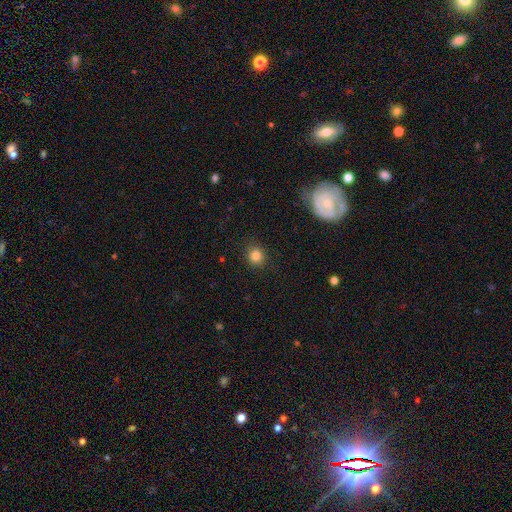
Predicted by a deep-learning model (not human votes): Smooth or featured? smooth (83%)
How rounded? round (84%)
Merging? none (90%)